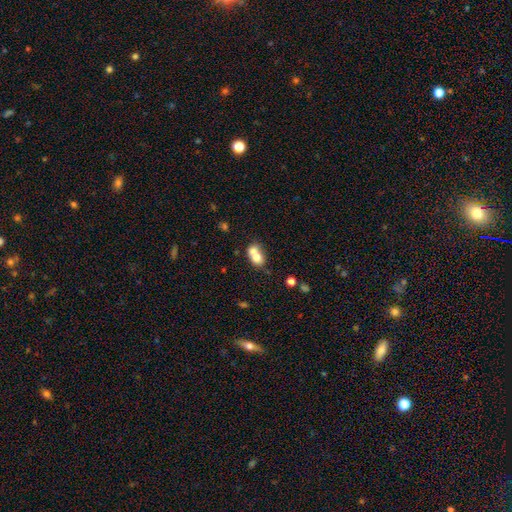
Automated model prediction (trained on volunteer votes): smooth-or-featured: smooth: 70% | featured or disk: 20% | star or artifact: 10%
  how-rounded: in between: 50% | round: 49% | cigar-shaped: 1%
  merging: merger: 67% | none: 23% | minor disturbance: 7% | major disturbance: 4%